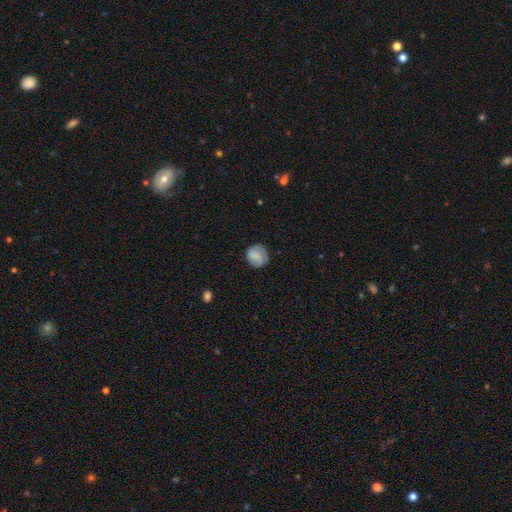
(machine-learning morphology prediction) Smooth or featured? smooth (69%)
How rounded? round (85%)
Merging? none (76%)